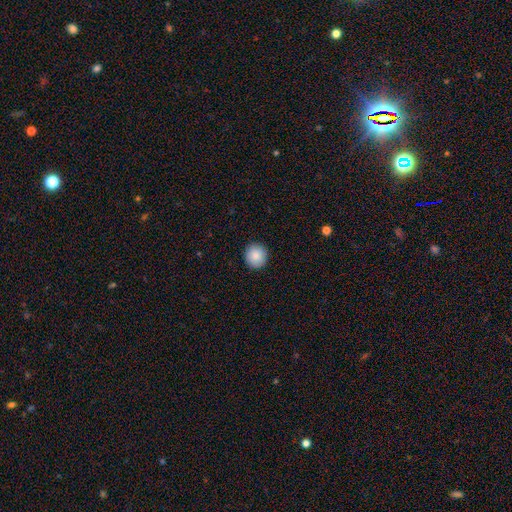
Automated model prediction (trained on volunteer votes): Q: Smooth or featured?
A: smooth (87%); runner-up: star or artifact (7%)
Q: How rounded?
A: round (91%); runner-up: in between (8%)
Q: Merging?
A: none (91%); runner-up: minor disturbance (6%)